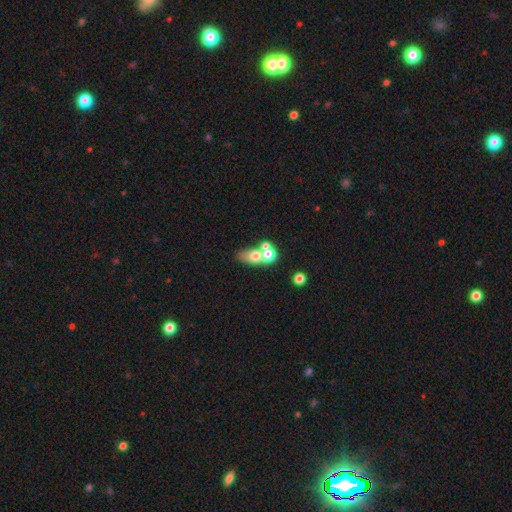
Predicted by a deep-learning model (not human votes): A smooth galaxy with no disk features (60%) that is in between round and cigar-shaped (55%).

Vote fractions:
- Smooth or featured? smooth: 60% / featured or disk: 26% / star or artifact: 13%
- How rounded? in between: 55% / round: 41% / cigar-shaped: 4%
- Merging? merger: 56% / none: 30% / minor disturbance: 8% / major disturbance: 6%